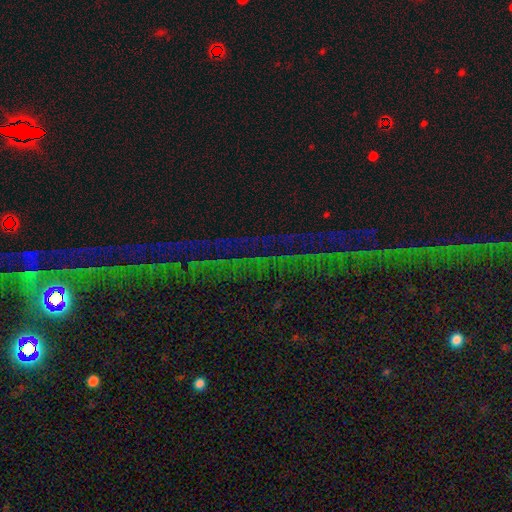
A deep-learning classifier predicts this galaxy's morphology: Smooth or featured?
  - star or artifact: 79% *
  - featured or disk: 12%
  - smooth: 9%